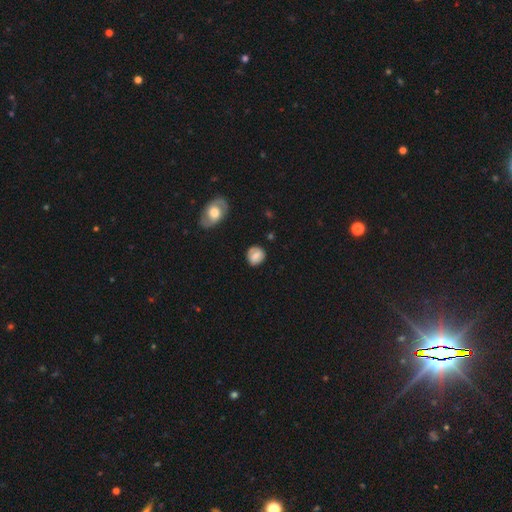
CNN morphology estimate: A smooth galaxy with no disk features (72%) that is round (75%). Merging: none (77%).